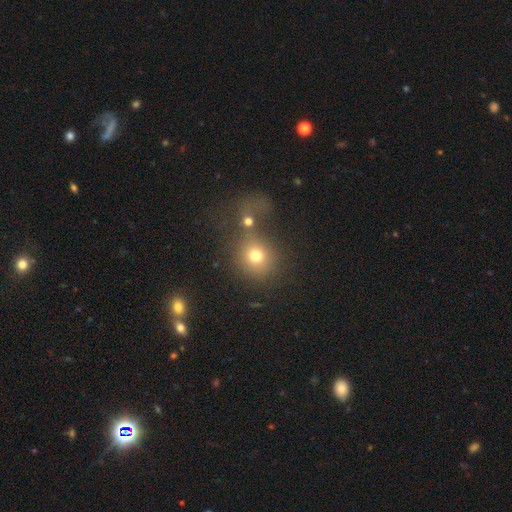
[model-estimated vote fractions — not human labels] Overall: smooth (71%). How rounded: round (82%). Merging: none (43%; merger 36%).